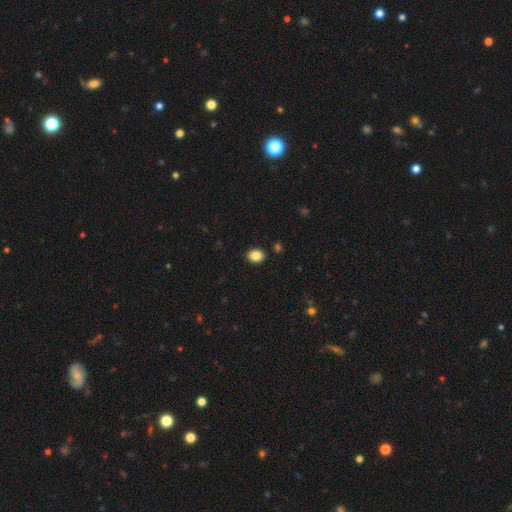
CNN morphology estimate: smooth-or-featured: smooth: 86% | star or artifact: 9% | featured or disk: 5%
  how-rounded: round: 54% | in between: 45% | cigar-shaped: 1%
  merging: none: 90% | minor disturbance: 6% | major disturbance: 2% | merger: 2%